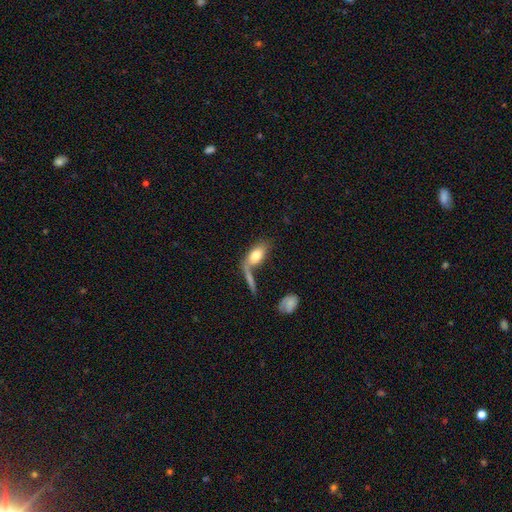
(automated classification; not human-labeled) The model was most divided on "merging": none: 44%, merger: 32%, minor disturbance: 15%, major disturbance: 9%. More confident: how rounded — in between (86%); smooth or featured — smooth (74%).